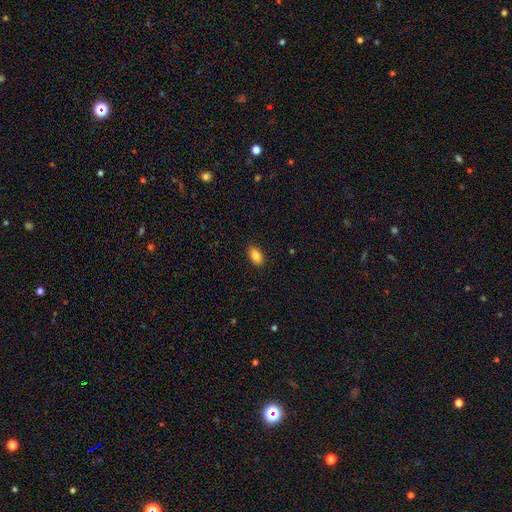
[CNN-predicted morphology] Smooth or featured?
  - smooth: 86% *
  - star or artifact: 8%
  - featured or disk: 6%
How rounded?
  - in between: 91% *
  - round: 7%
  - cigar-shaped: 2%
Merging?
  - none: 89% *
  - minor disturbance: 8%
  - major disturbance: 2%
  - merger: 1%